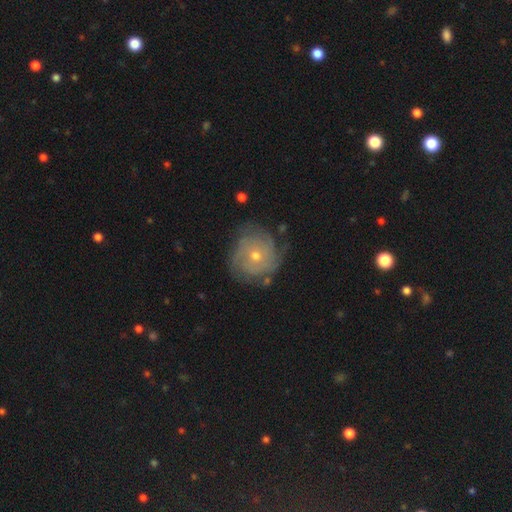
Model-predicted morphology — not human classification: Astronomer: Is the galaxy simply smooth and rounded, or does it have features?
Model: featured or disk — 74%.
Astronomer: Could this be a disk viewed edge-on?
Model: no — 97%.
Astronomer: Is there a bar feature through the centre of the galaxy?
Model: no — 83%.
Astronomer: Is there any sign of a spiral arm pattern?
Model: yes — 87%.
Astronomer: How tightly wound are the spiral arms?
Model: tight — 71%.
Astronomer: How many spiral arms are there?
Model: can't tell — 45%.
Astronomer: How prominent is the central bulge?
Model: moderate — 49% (runner-up: small, 48%).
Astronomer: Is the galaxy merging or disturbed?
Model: none — 70%.